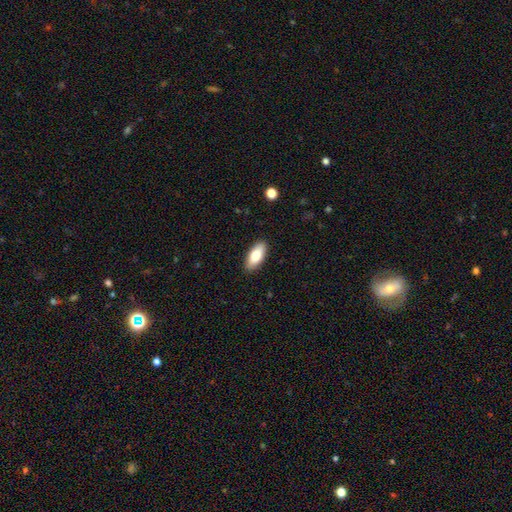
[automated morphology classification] type=smooth (78%); roundness=in between (86%); merging=none (89%).